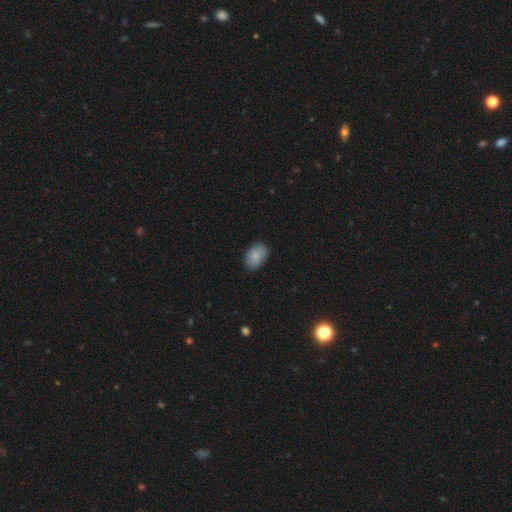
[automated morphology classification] This appears to be a smooth galaxy with no disk features (85%) that is in between round and cigar-shaped (87%). Merging: none (86%).